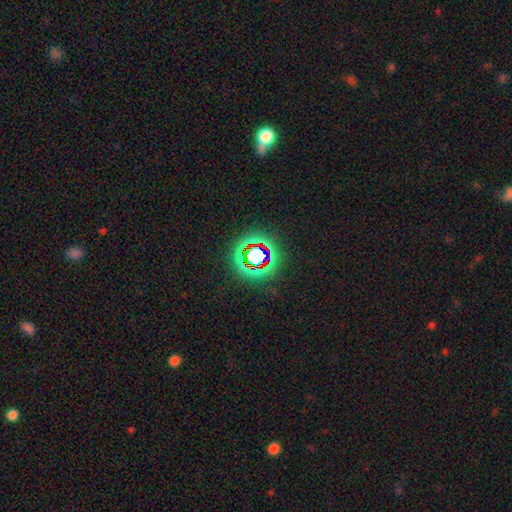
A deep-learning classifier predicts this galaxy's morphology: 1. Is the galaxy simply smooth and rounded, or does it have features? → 68% star or artifact, 21% smooth, 12% featured or disk.